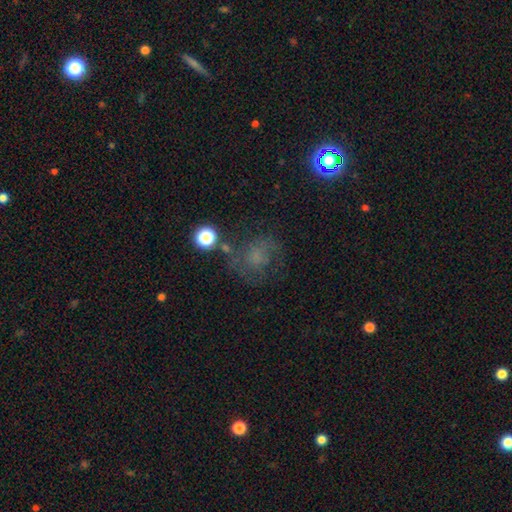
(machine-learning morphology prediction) Smooth or featured? Predicted: smooth (p=0.38). Merging? Predicted: none (p=0.59).